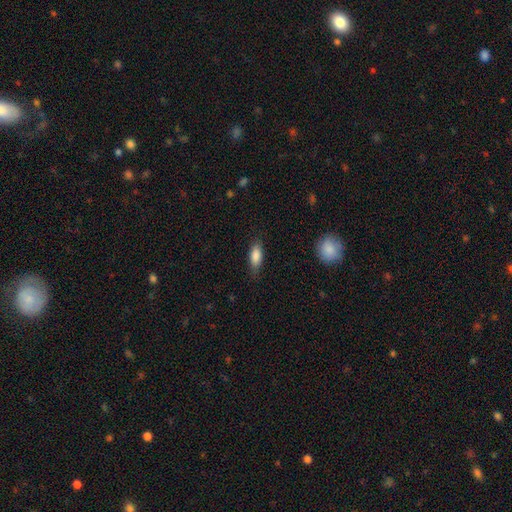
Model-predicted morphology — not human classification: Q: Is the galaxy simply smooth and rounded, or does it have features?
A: smooth — 85%.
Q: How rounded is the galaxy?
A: in between — 77%.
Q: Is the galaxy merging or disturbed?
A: none — 79%.